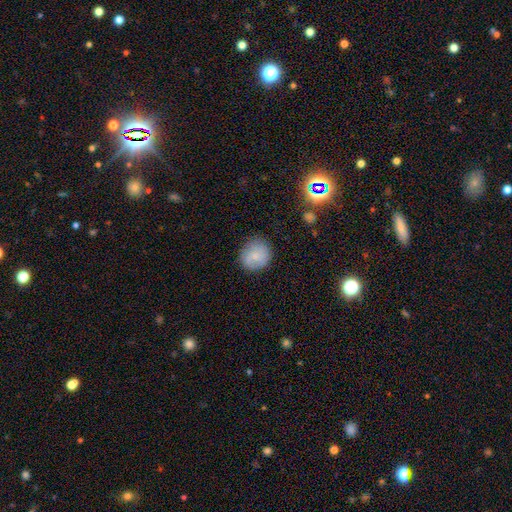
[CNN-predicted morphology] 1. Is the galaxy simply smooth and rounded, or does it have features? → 77% smooth, 15% featured or disk, 8% star or artifact.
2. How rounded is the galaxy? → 85% round, 14% in between, 1% cigar-shaped.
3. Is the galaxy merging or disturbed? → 79% none, 15% minor disturbance, 4% major disturbance, 2% merger.